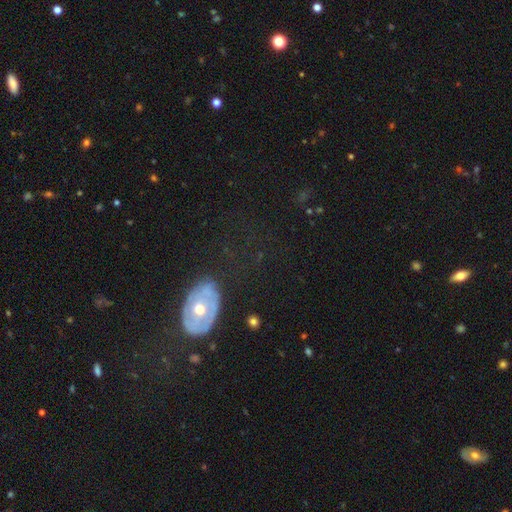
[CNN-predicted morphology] Q: Smooth or featured?
A: featured or disk (51%); runner-up: smooth (35%)
Q: Edge-on disk?
A: no (89%); runner-up: yes (11%)
Q: Merging?
A: none (76%); runner-up: minor disturbance (13%)